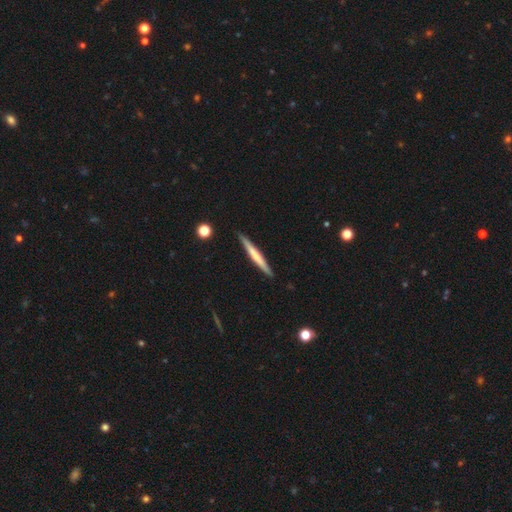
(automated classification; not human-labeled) Morphology: type=smooth (52%); roundness=cigar-shaped (96%); merging=none (90%).